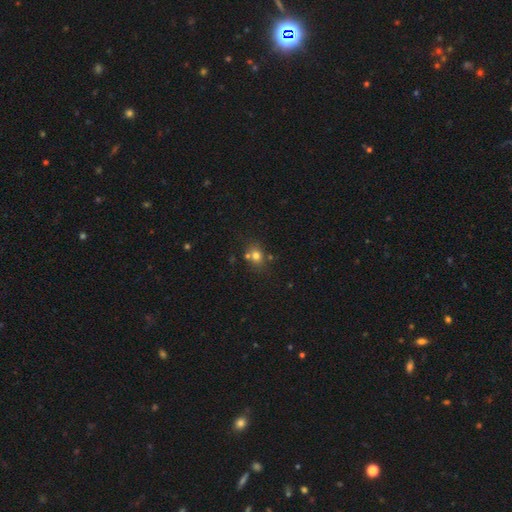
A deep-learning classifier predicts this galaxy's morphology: smooth_or_featured: smooth (p=0.73) [alt: star or artifact p=0.16]
how_rounded: round (p=0.63) [alt: in between p=0.36]
merging: none (p=0.64) [alt: merger p=0.20]